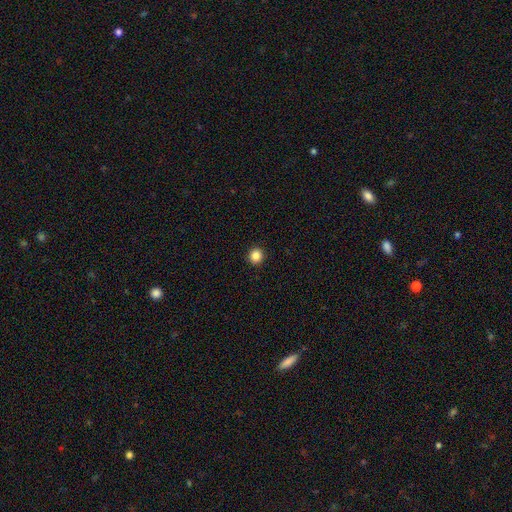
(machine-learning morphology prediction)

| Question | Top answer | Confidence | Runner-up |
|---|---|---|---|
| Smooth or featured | smooth | 85% | star or artifact (11%) |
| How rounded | round | 95% | in between (5%) |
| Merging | none | 94% | minor disturbance (4%) |